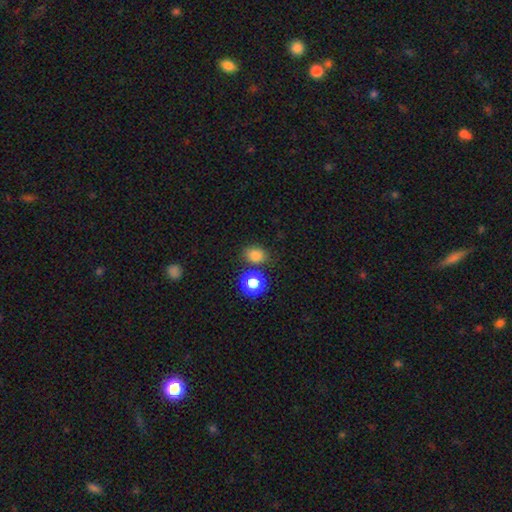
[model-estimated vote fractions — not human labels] Smooth or featured: smooth — 79% (star or artifact — 16%)
How rounded: round — 51% (in between — 48%)
Merging: none — 74% (merger — 12%)